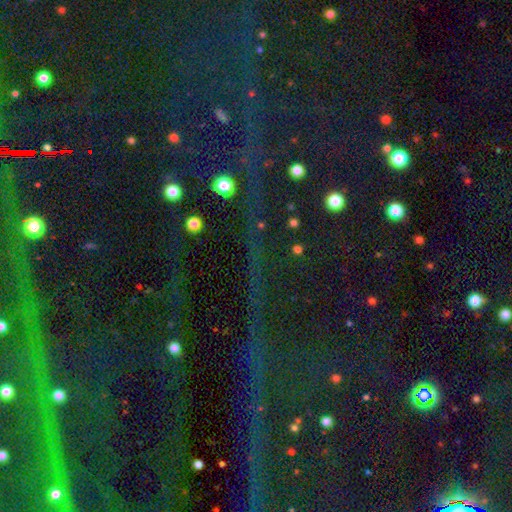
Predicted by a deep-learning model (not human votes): star or artifact 83%, smooth 9%, featured or disk 8%.